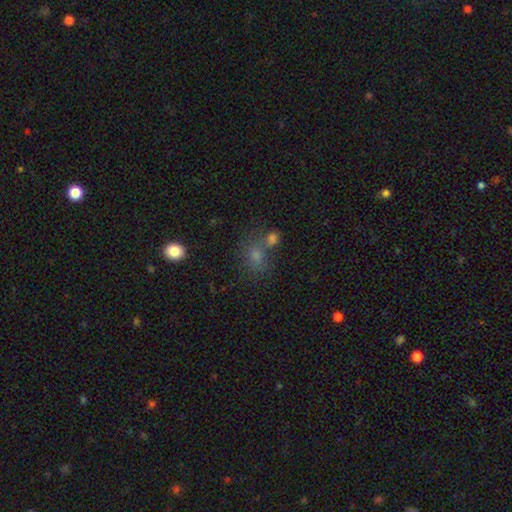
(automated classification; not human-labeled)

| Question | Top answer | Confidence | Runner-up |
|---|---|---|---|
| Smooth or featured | smooth | 63% | star or artifact (25%) |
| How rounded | round | 64% | in between (34%) |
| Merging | none | 51% | merger (33%) |